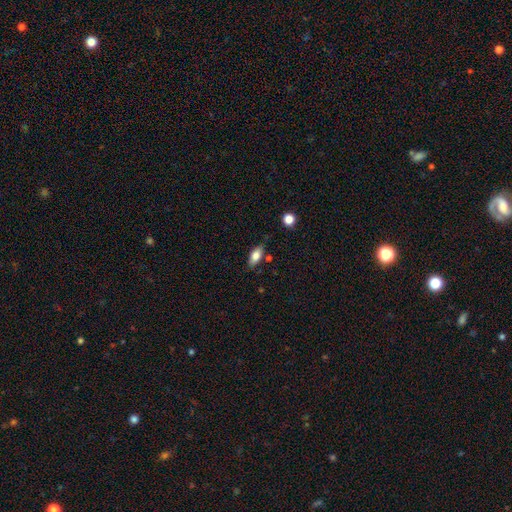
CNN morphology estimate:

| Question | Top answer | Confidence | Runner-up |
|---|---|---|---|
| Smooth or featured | smooth | 76% | featured or disk (17%) |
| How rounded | in between | 86% | cigar-shaped (11%) |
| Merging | none | 74% | minor disturbance (17%) |